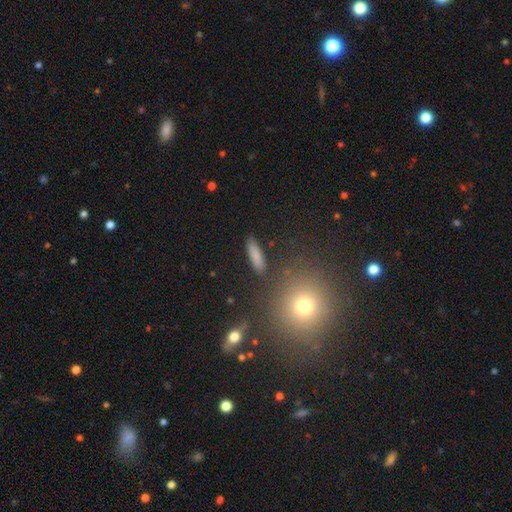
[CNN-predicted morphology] Smooth or featured? smooth (82%)
How rounded? cigar-shaped (67%)
Merging? none (87%)